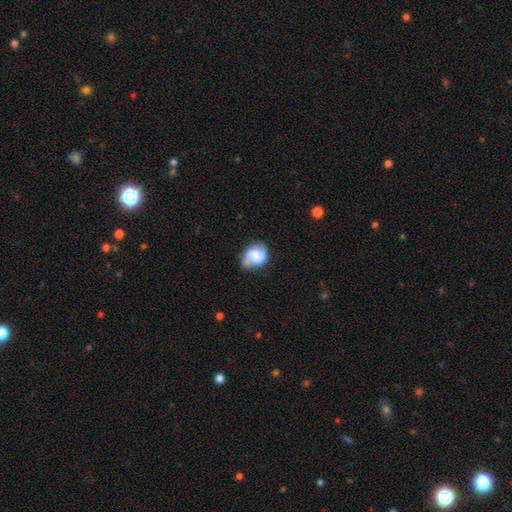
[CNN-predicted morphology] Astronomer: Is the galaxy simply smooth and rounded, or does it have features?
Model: featured or disk — 54% (runner-up: smooth, 38%).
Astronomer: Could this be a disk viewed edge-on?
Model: no — 97%.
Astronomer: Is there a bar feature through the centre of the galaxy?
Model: no — 44% (runner-up: weak, 41%).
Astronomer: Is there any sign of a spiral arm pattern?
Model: yes — 88%.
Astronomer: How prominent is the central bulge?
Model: moderate — 32% (runner-up: small, 30%).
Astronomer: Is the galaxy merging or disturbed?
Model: none — 61%.